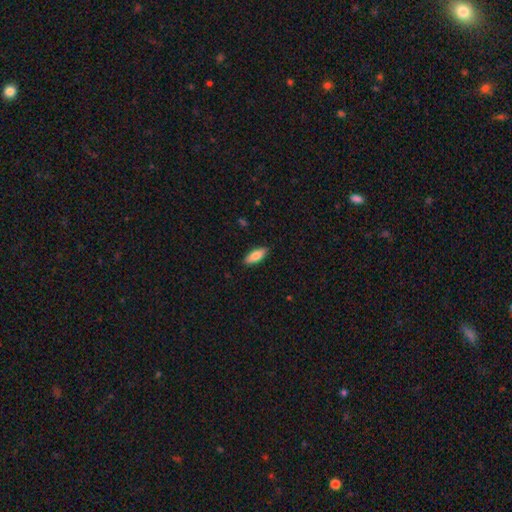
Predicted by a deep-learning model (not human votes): A smooth galaxy with no disk features (83%) that is in between round and cigar-shaped (73%).

Vote fractions:
- Smooth or featured? smooth: 83% / featured or disk: 11% / star or artifact: 6%
- How rounded? in between: 73% / cigar-shaped: 25% / round: 2%
- Merging? none: 88% / minor disturbance: 9% / major disturbance: 2% / merger: 1%